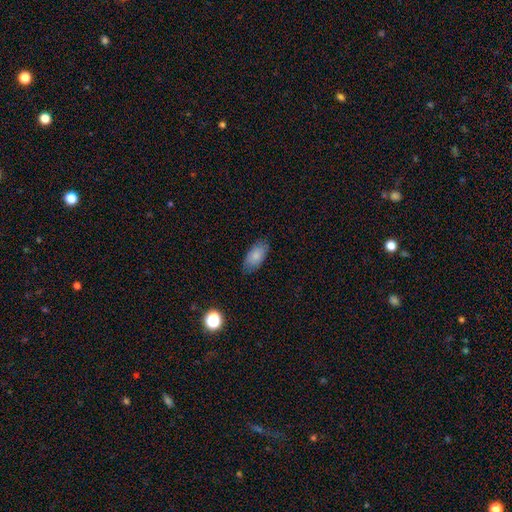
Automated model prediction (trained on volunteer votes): Q: Smooth or featured?
A: smooth (82%); runner-up: featured or disk (11%)
Q: How rounded?
A: in between (93%); runner-up: cigar-shaped (4%)
Q: Merging?
A: none (79%); runner-up: minor disturbance (17%)